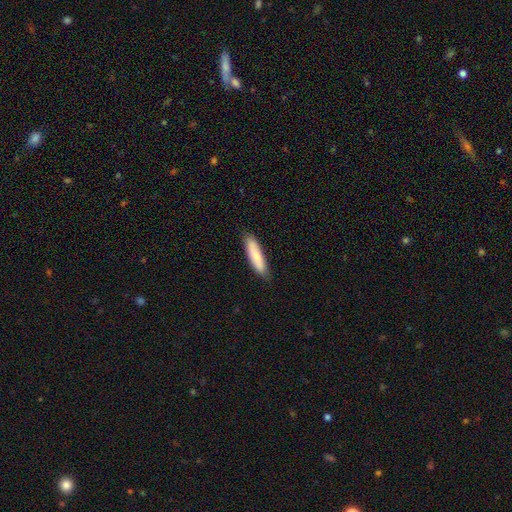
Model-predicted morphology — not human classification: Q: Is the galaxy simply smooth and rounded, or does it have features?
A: smooth — 81%.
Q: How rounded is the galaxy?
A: cigar-shaped — 74%.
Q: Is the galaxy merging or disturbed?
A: none — 85%.